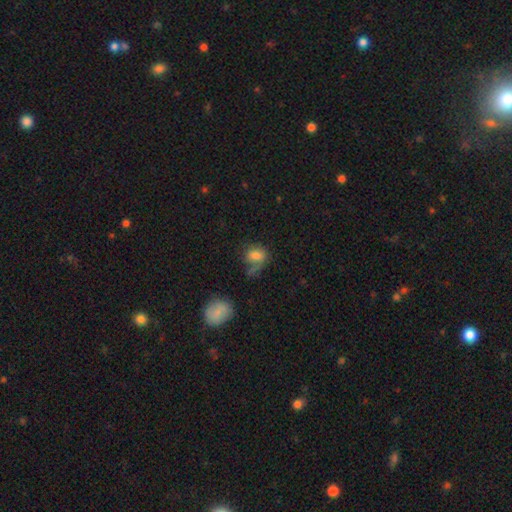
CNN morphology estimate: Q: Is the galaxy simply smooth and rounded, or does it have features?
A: smooth — 75%.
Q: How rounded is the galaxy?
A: in between — 65%.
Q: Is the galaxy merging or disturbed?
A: none — 50%.